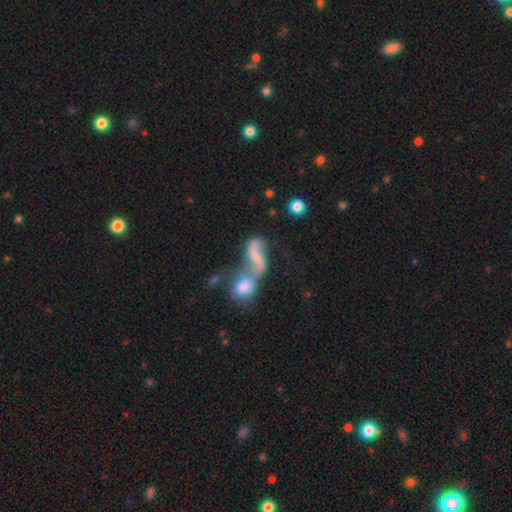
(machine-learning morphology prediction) A featured or disk galaxy (63%) with no bar (38%), spiral arms (81%) and no central bulge (46%).

Vote fractions:
- Smooth or featured? featured or disk: 63% / smooth: 28% / star or artifact: 9%
- Edge-on disk? no: 95% / yes: 5%
- Bar? no: 38% / weak: 37% / strong: 24%
- Spiral arms? yes: 81% / no: 19%
- Bulge size? none: 46% / small: 28% / moderate: 18% / large: 5% / dominant: 2%
- Merging? merger: 66% / none: 17% / major disturbance: 9% / minor disturbance: 8%